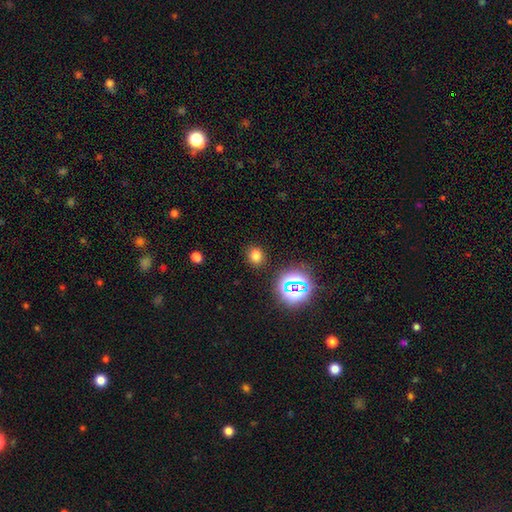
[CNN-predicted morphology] Q: Smooth or featured?
A: smooth (72%); runner-up: star or artifact (23%)
Q: How rounded?
A: round (67%); runner-up: in between (32%)
Q: Merging?
A: none (86%); runner-up: minor disturbance (9%)